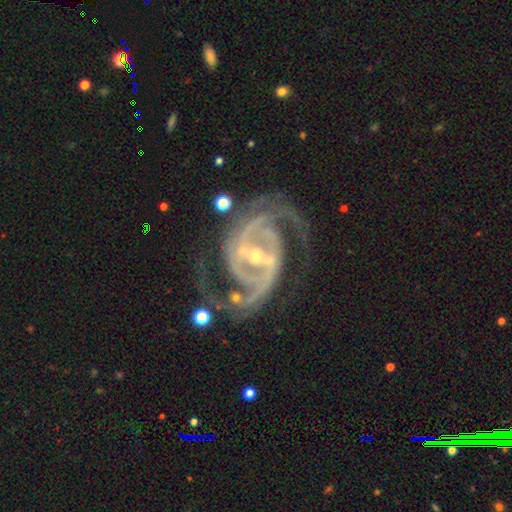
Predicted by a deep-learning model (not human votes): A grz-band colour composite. It shows a featured or disk galaxy (93%) with a strong bar (61%), 2 (81%) medium (56%) spiral arms (98%) and a small central bulge (66%). Merging: none (68%).